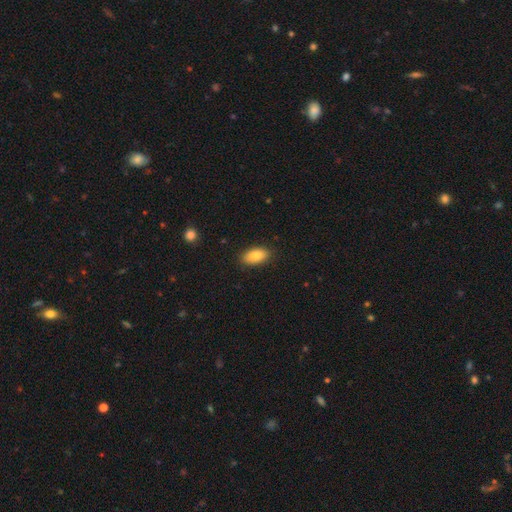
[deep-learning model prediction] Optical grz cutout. It shows a smooth galaxy with no disk features (86%) that is in between round and cigar-shaped (92%). Merging: none (88%).